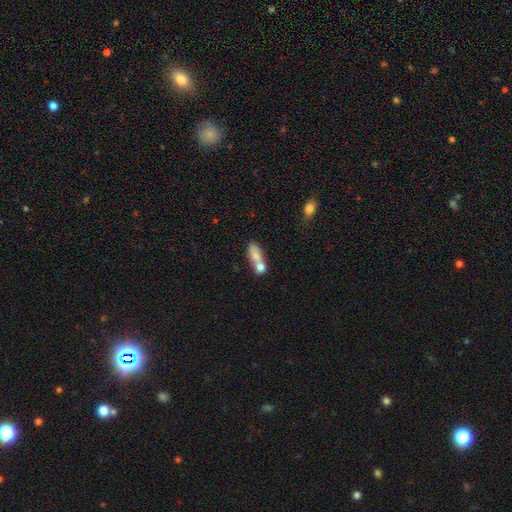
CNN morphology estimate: Q: Smooth or featured?
A: smooth (70%); runner-up: featured or disk (22%)
Q: How rounded?
A: in between (64%); runner-up: cigar-shaped (23%)
Q: Merging?
A: merger (58%); runner-up: none (25%)